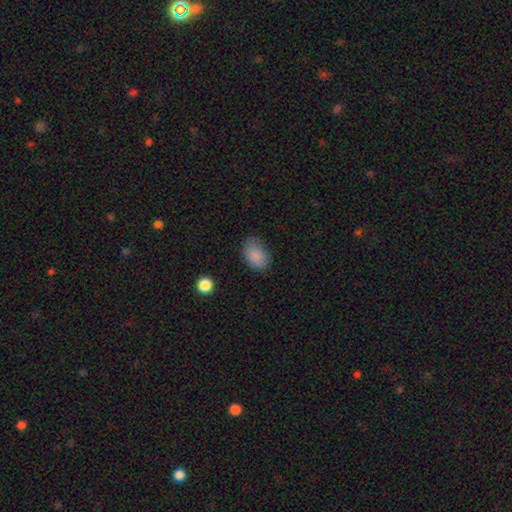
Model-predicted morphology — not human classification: Smooth or featured: smooth — 87% (star or artifact — 9%)
How rounded: in between — 82% (round — 17%)
Merging: none — 73% (minor disturbance — 20%)